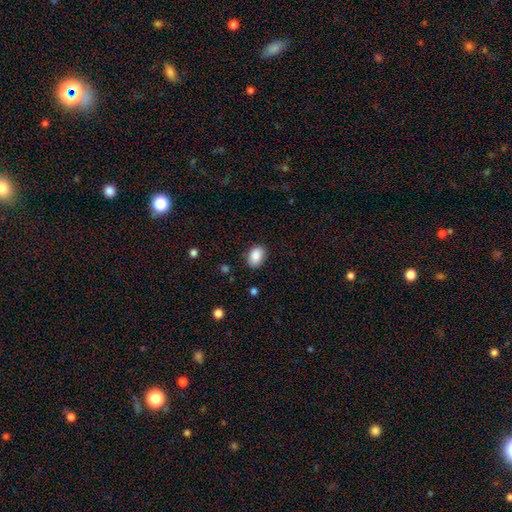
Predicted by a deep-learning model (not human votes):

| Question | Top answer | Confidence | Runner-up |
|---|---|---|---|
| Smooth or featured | smooth | 88% | star or artifact (8%) |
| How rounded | in between | 81% | round (18%) |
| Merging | none | 84% | minor disturbance (12%) |